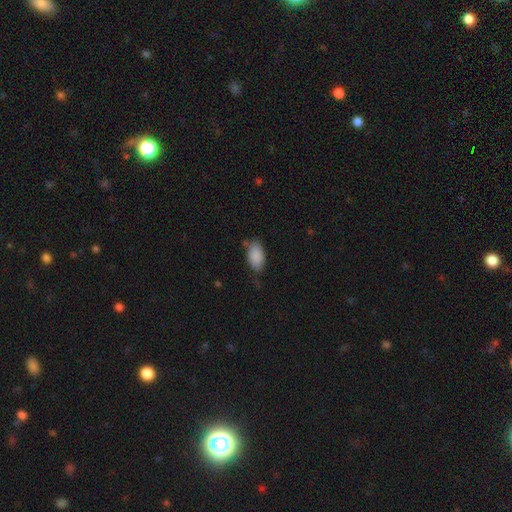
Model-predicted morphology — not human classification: A smooth galaxy with no disk features (89%) that is in between round and cigar-shaped (93%). Merging: none (67%).